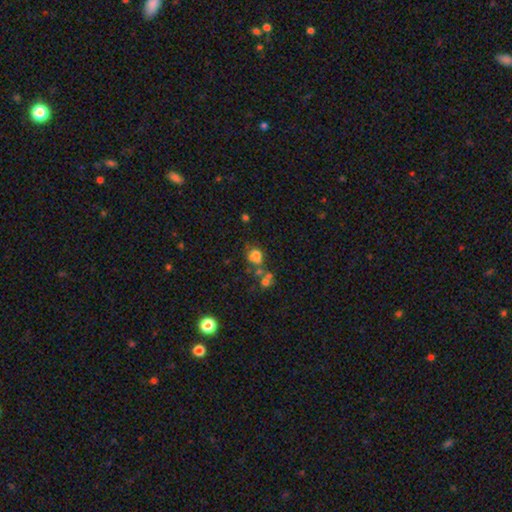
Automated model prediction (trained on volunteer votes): This is likely a smooth galaxy (71%). How rounded: possibly round (52%). Merging: marginally none (43%).